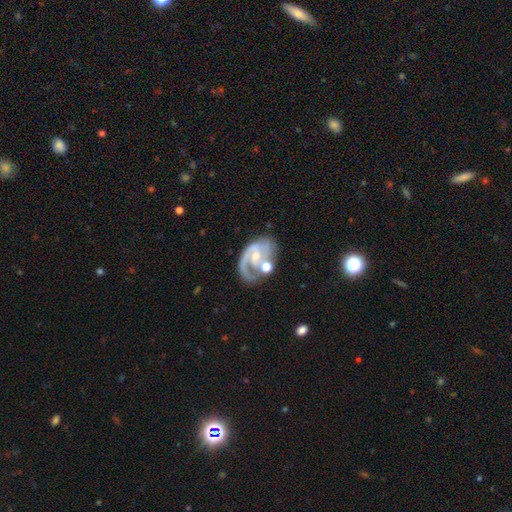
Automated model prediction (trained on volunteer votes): smooth-or-featured: featured or disk: 81% | smooth: 12% | star or artifact: 6%
  disk-edge-on: no: 97% | yes: 3%
    bar: no: 51% | weak: 39% | strong: 10%
    has-spiral-arms: yes: 90% | no: 10%
      spiral-winding: medium: 43% | tight: 40% | loose: 17%
      spiral-arm-count: 2: 39% | 1: 38% | can't tell: 12% | 3: 7% | 4: 2% | more than 4: 2%
    bulge-size: small: 48% | moderate: 39% | none: 8% | large: 3% | dominant: 1%
  merging: none: 43% | merger: 19% | minor disturbance: 19% | major disturbance: 19%